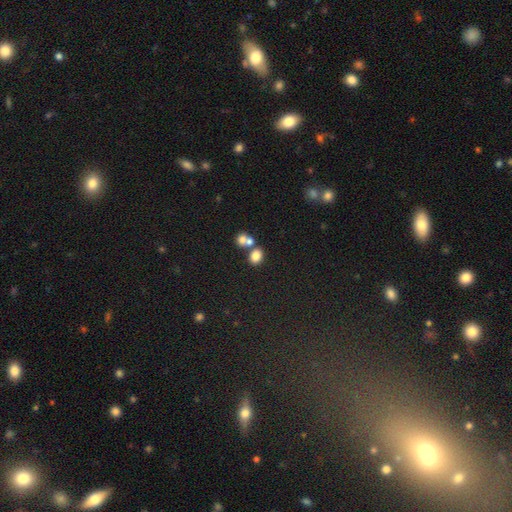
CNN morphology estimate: Smooth or featured: smooth — 79% (star or artifact — 12%)
How rounded: in between — 57% (round — 42%)
Merging: none — 49% (merger — 39%)